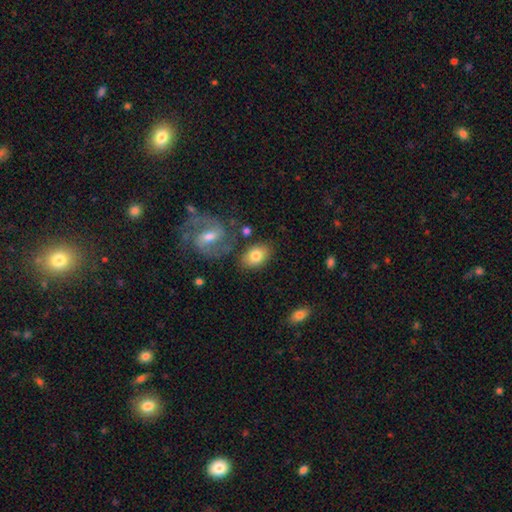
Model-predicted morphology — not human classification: type=smooth (75%); roundness=in between (84%); merging=none (76%).